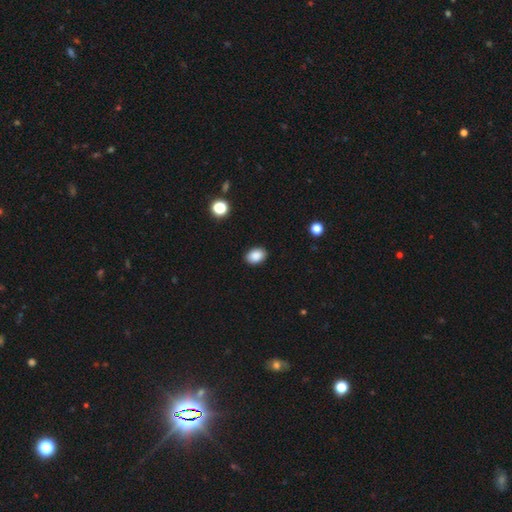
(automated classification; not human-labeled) Smooth or featured: smooth — 88% (star or artifact — 9%)
How rounded: in between — 78% (round — 21%)
Merging: none — 89% (minor disturbance — 8%)